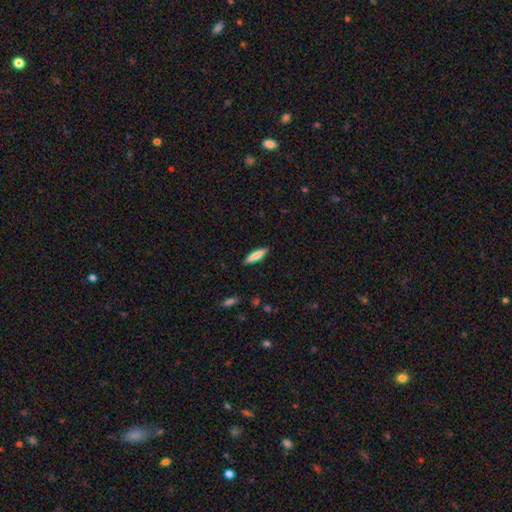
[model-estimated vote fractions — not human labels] This is clearly a smooth galaxy (81%). How rounded: likely cigar-shaped (76%). Merging: clearly none (89%).